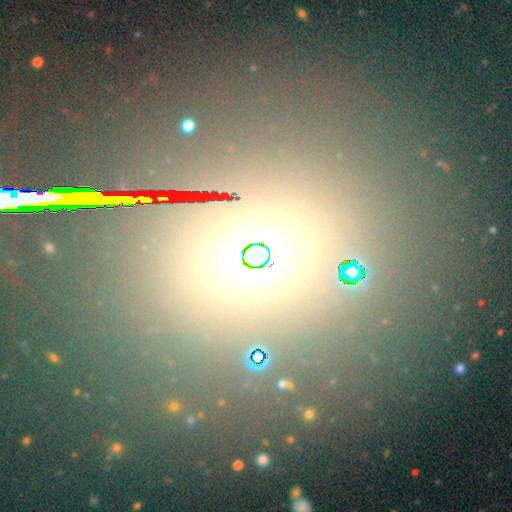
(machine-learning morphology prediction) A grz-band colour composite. It shows a star or artifact, not a galaxy (47%).